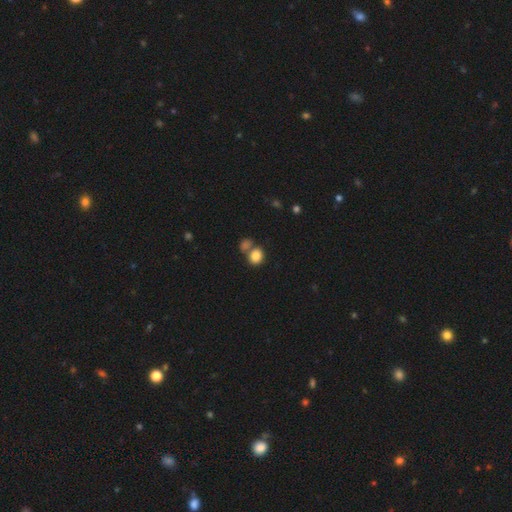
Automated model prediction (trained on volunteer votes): A smooth galaxy with no disk features (84%) that is round (68%). Merging: none (49%).